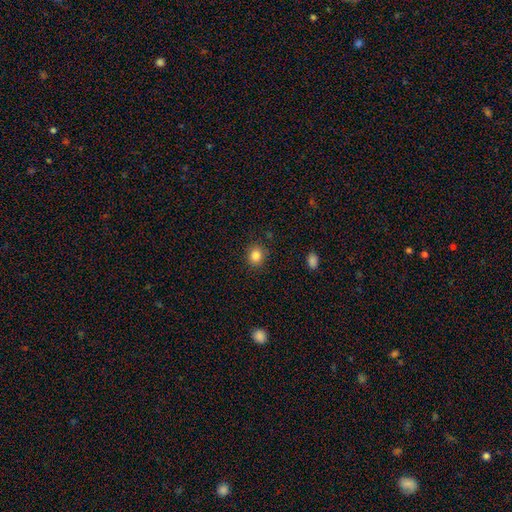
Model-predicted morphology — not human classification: Smooth or featured: smooth — 84% (star or artifact — 11%)
How rounded: round — 72% (in between — 27%)
Merging: none — 88% (minor disturbance — 9%)